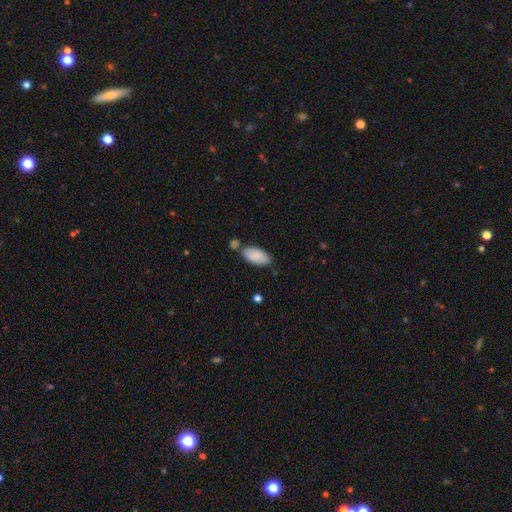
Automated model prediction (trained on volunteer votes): Overall: smooth (85%). How rounded: in between (91%). Merging: none (66%).